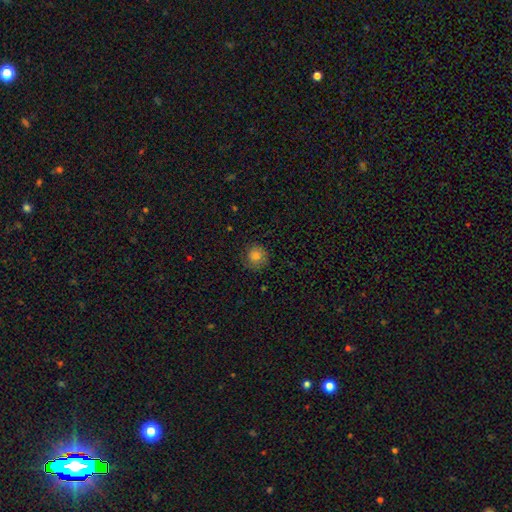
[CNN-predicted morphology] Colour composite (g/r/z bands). It shows a smooth galaxy with no disk features (80%) that is round (92%). Merging: none (80%).